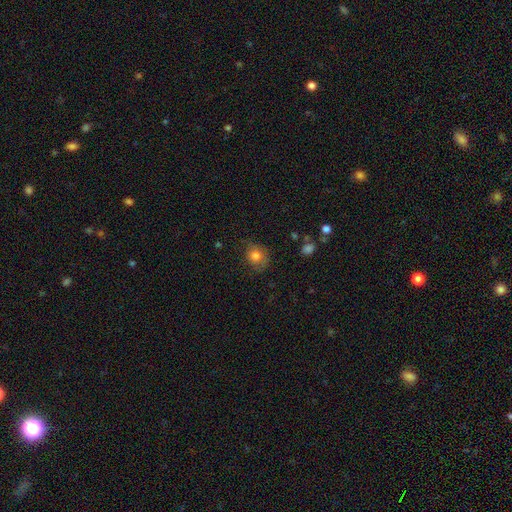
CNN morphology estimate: Smooth or featured? smooth (78%)
How rounded? round (74%)
Merging? none (63%)